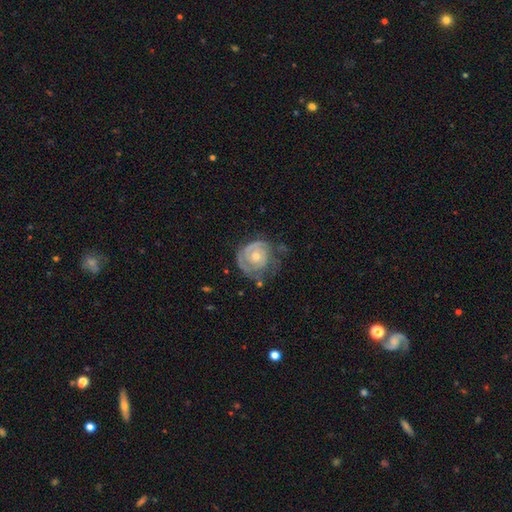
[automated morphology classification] featured or disk 81%, smooth 14%, star or artifact 5%. Down the decision tree: edge-on disk — no (98%); bar — no (77%); spiral arms — yes (91%); spiral arm count — 2 (38%); spiral winding — tight (75%); bulge size — moderate (52%); merging — none (56%).